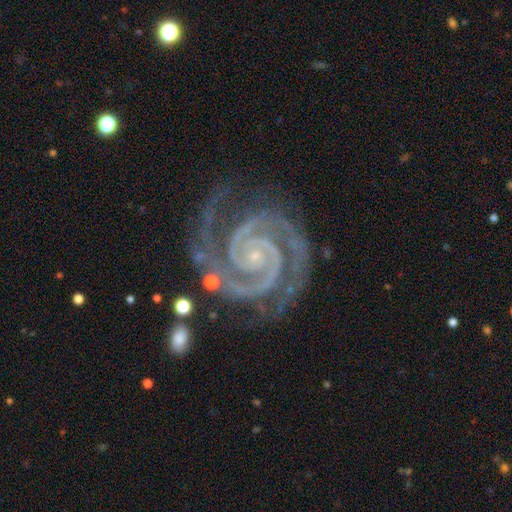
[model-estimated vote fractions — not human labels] Smooth or featured? featured or disk (94%)
Edge-on disk? no (98%)
Bar? no (66%)
Spiral arms? yes (99%)
Spiral winding? tight (82%)
Spiral arm count? 2 (85%)
Bulge size? small (86%)
Merging? none (73%)